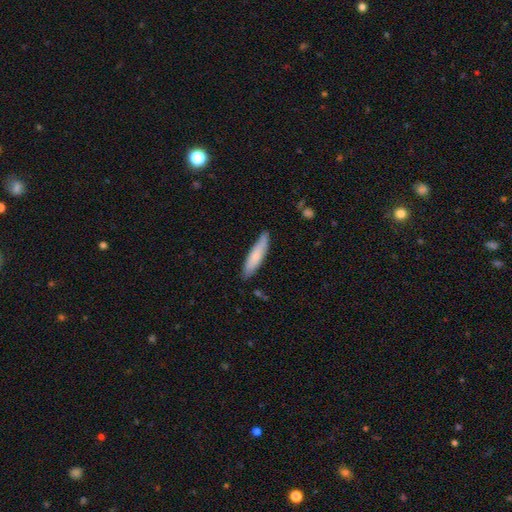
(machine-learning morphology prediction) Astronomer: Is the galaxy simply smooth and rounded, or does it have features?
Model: smooth — 75%.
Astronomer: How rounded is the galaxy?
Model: cigar-shaped — 79%.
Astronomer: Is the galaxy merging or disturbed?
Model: none — 83%.